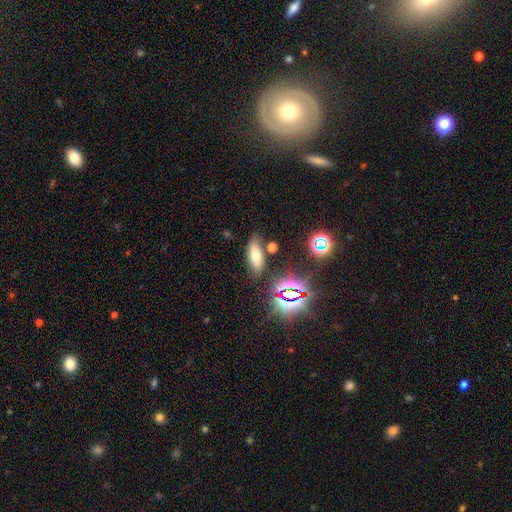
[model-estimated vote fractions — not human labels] smooth-or-featured: smooth: 63% | star or artifact: 22% | featured or disk: 15%
  how-rounded: in between: 71% | cigar-shaped: 23% | round: 5%
  merging: none: 76% | minor disturbance: 13% | merger: 6% | major disturbance: 4%